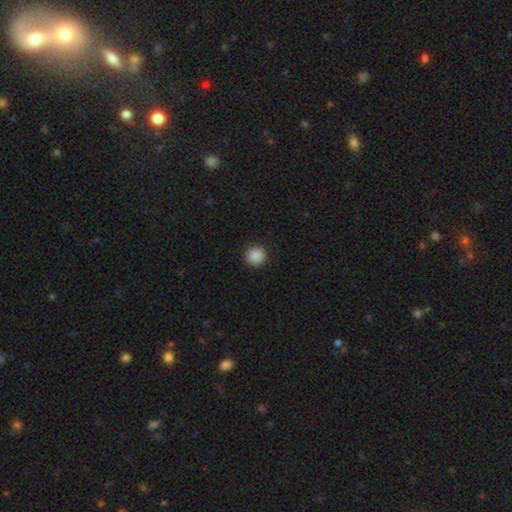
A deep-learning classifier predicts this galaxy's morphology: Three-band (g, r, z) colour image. It shows a smooth galaxy with no disk features (88%) that is round (95%). Merging: none (93%).